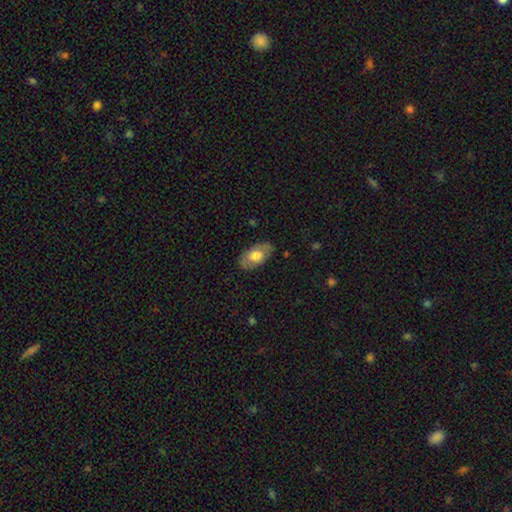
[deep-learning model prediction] Smooth or featured?
  - smooth: 63% *
  - featured or disk: 31%
  - star or artifact: 6%
How rounded?
  - in between: 93% *
  - round: 5%
  - cigar-shaped: 2%
Merging?
  - none: 78% *
  - minor disturbance: 17%
  - major disturbance: 4%
  - merger: 1%